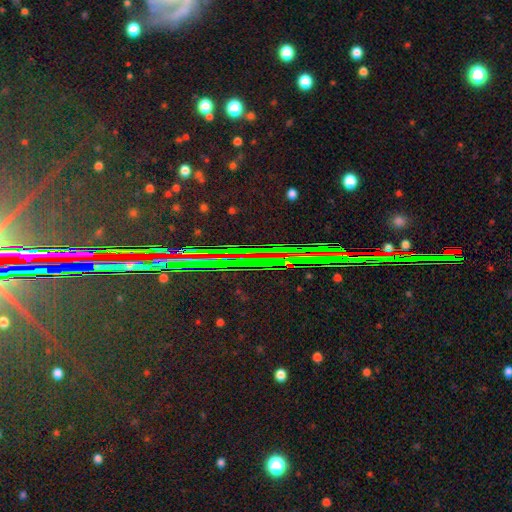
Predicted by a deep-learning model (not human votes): star or artifact 80%, featured or disk 12%, smooth 8%.